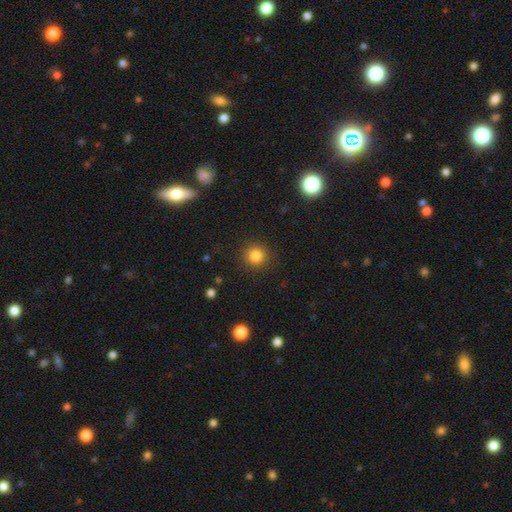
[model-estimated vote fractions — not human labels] Q: Smooth or featured?
A: smooth (83%); runner-up: star or artifact (12%)
Q: How rounded?
A: round (93%); runner-up: in between (6%)
Q: Merging?
A: none (90%); runner-up: minor disturbance (6%)